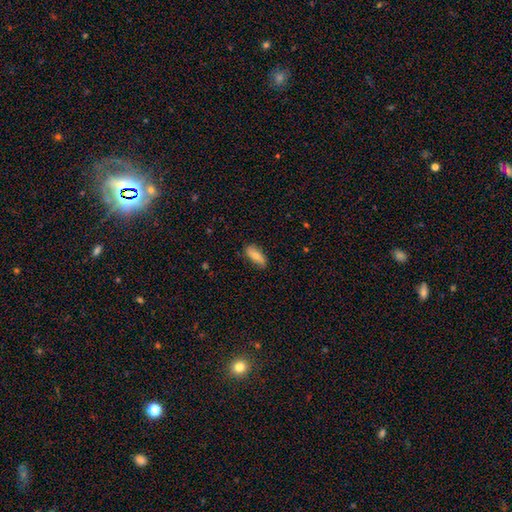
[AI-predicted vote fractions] Morphology: type=smooth (76%); roundness=in between (79%); merging=none (78%).